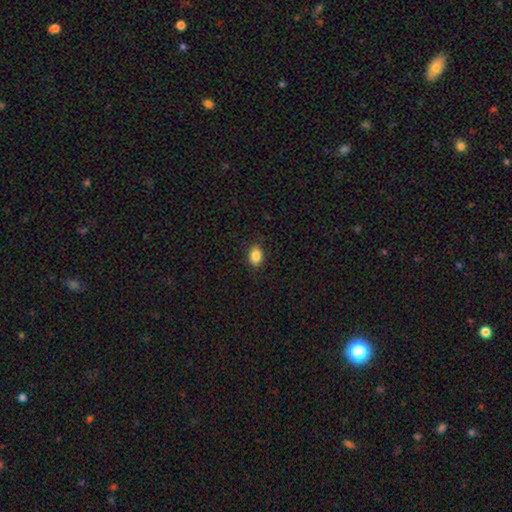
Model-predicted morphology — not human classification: A smooth galaxy with no disk features (86%) that is in between round and cigar-shaped (74%).

Vote fractions:
- Smooth or featured? smooth: 86% / star or artifact: 9% / featured or disk: 5%
- How rounded? in between: 74% / round: 25% / cigar-shaped: 1%
- Merging? none: 87% / minor disturbance: 10% / major disturbance: 2% / merger: 1%